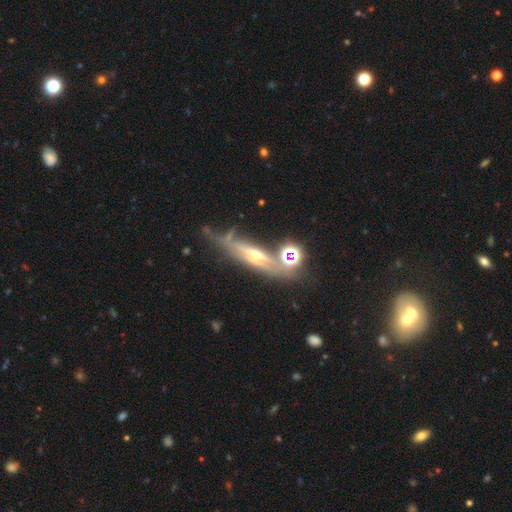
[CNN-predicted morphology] This appears to be a featured or disk galaxy (68%) viewed edge-on (77%) with a rounded central bulge (78%). Merging: none (52%).